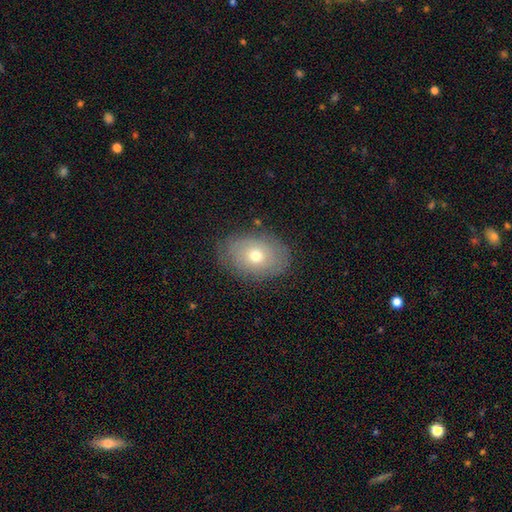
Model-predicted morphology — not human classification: Smooth or featured? smooth (61%)
How rounded? in between (77%)
Merging? none (78%)